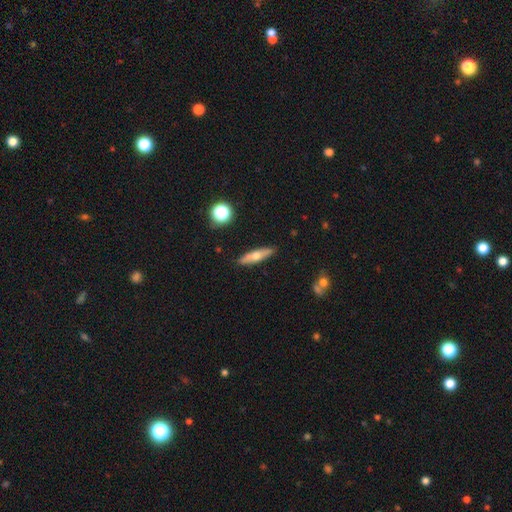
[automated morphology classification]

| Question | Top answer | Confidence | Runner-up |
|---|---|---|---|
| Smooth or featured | smooth | 53% | featured or disk (40%) |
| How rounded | cigar-shaped | 71% | in between (26%) |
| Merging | none | 88% | minor disturbance (8%) |